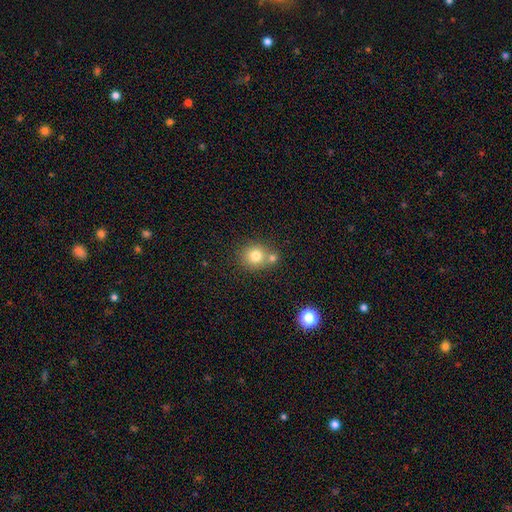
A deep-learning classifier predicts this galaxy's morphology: This is likely a smooth galaxy (78%). How rounded: clearly round (84%). Merging: possibly none (58%).